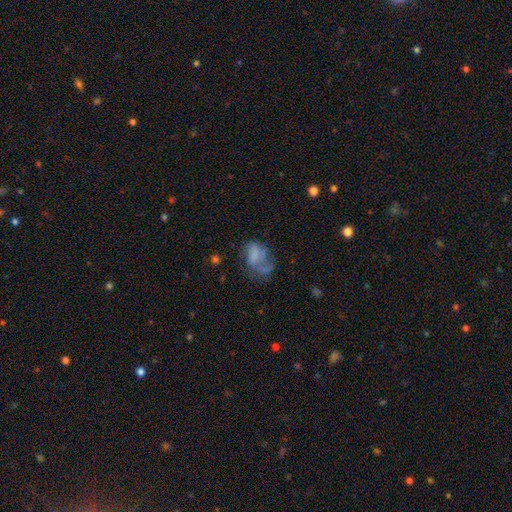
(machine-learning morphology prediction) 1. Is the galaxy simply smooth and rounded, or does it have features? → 45% featured or disk, 42% smooth, 12% star or artifact.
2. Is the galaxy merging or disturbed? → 42% major disturbance, 30% none, 23% minor disturbance, 6% merger.